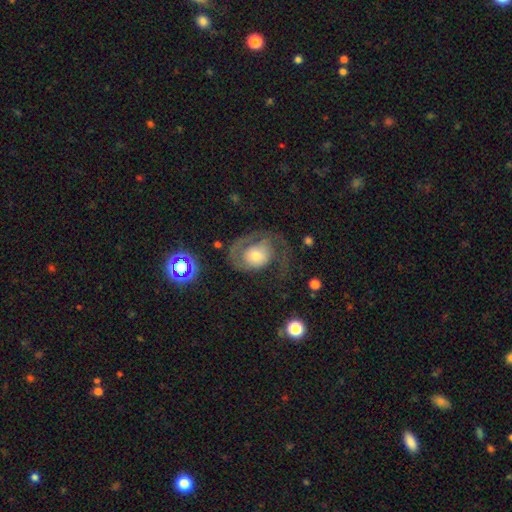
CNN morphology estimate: This appears to be a featured or disk galaxy (69%) with no bar (75%), 2 (42%) medium (40%) spiral arms (85%) and a moderate central bulge (48%). Merging: none (42%).